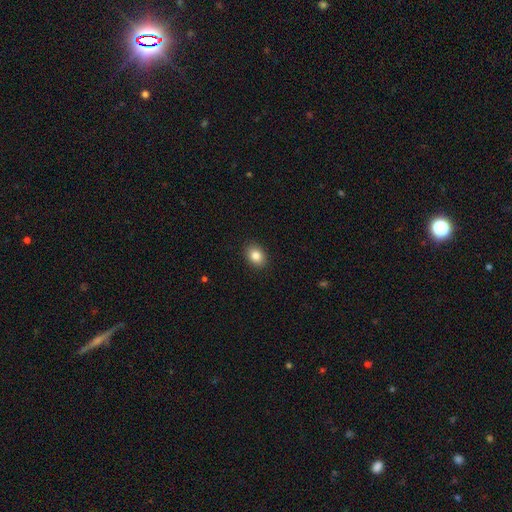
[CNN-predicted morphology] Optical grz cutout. It shows a smooth galaxy with no disk features (85%) that is in between round and cigar-shaped (67%). Merging: none (90%).